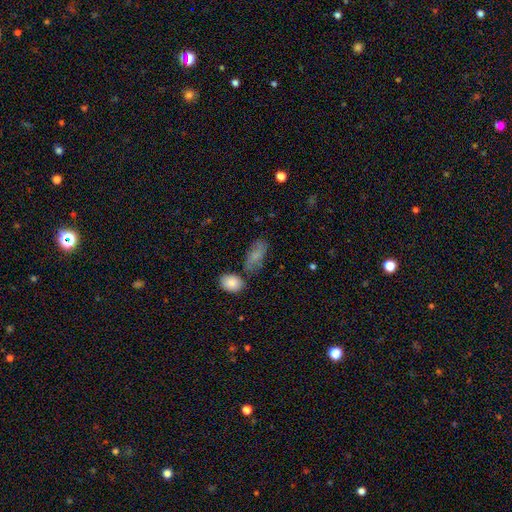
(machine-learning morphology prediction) smooth_or_featured: smooth (p=0.66) [alt: featured or disk p=0.23]
how_rounded: in between (p=0.86) [alt: cigar-shaped p=0.09]
merging: none (p=0.60) [alt: minor disturbance p=0.22]